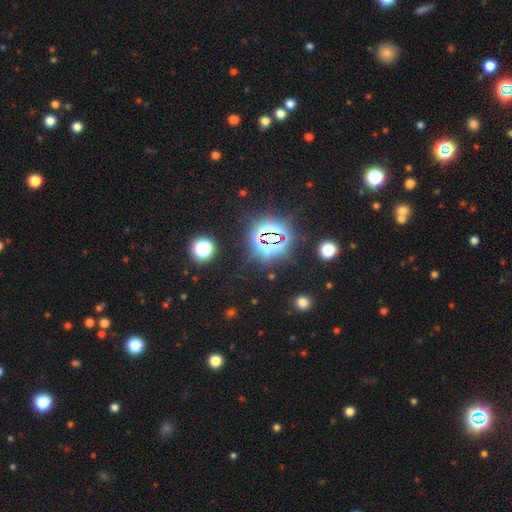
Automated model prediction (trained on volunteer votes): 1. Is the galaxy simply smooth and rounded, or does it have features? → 81% star or artifact, 12% smooth, 7% featured or disk.